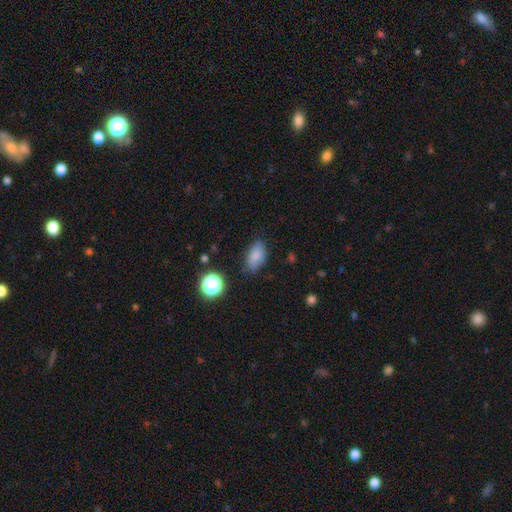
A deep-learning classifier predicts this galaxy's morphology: Smooth or featured?
  - smooth: 81% *
  - star or artifact: 10%
  - featured or disk: 9%
How rounded?
  - in between: 89% *
  - round: 7%
  - cigar-shaped: 4%
Merging?
  - none: 76% *
  - minor disturbance: 18%
  - major disturbance: 4%
  - merger: 2%